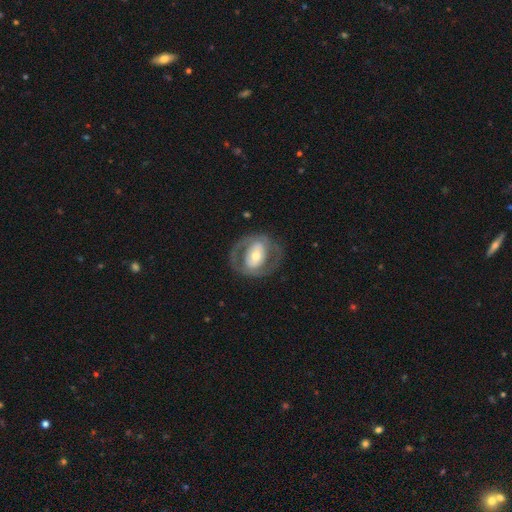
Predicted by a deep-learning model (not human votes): Smooth or featured? featured or disk (69%)
Edge-on disk? no (95%)
Bar? no (40%)
Spiral arms? no (53%)
Bulge size? moderate (55%)
Merging? none (73%)